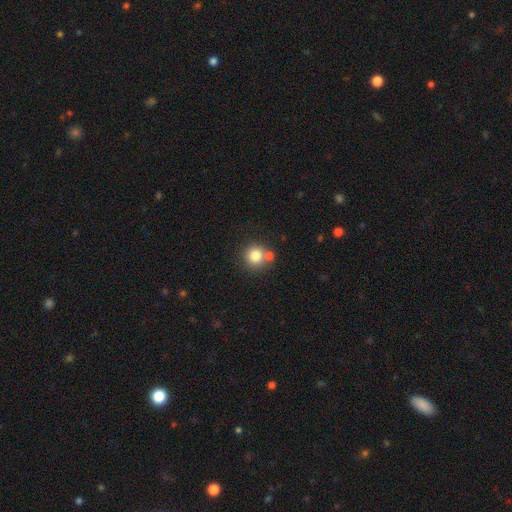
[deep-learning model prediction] Q: Smooth or featured?
A: smooth (81%); runner-up: star or artifact (11%)
Q: How rounded?
A: round (91%); runner-up: in between (8%)
Q: Merging?
A: none (63%); runner-up: merger (26%)